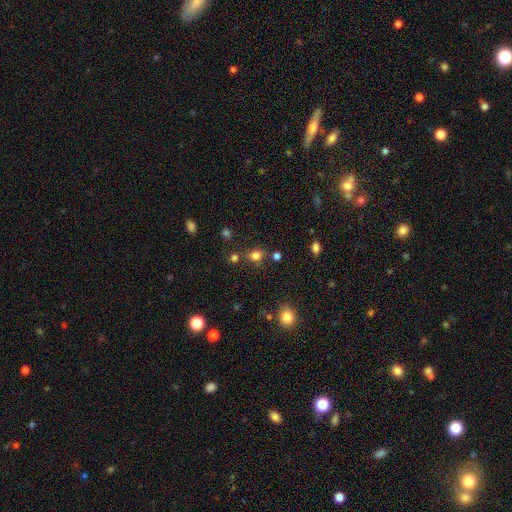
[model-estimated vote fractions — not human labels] smooth_or_featured: smooth (p=0.78) [alt: star or artifact p=0.16]
how_rounded: round (p=0.59) [alt: in between p=0.40]
merging: none (p=0.73) [alt: minor disturbance p=0.13]